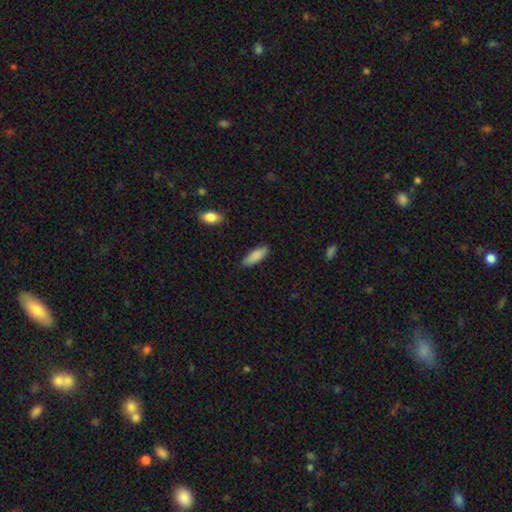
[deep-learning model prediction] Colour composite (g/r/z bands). It shows a smooth galaxy with no disk features (88%) that is in between round and cigar-shaped (68%). Merging: none (86%).